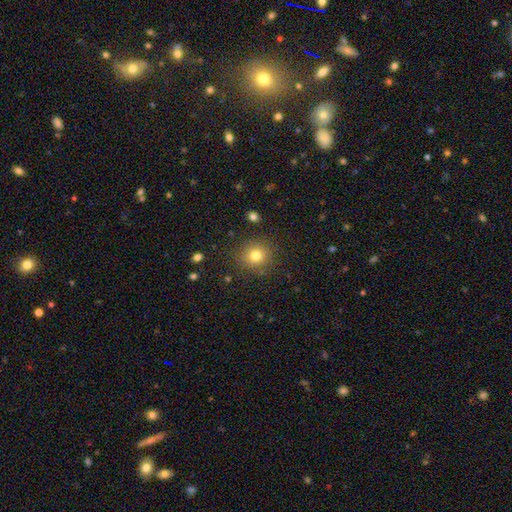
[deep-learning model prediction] Smooth or featured?
  - smooth: 78% *
  - star or artifact: 13%
  - featured or disk: 8%
How rounded?
  - round: 89% *
  - in between: 10%
  - cigar-shaped: 1%
Merging?
  - none: 86% *
  - minor disturbance: 9%
  - major disturbance: 3%
  - merger: 2%